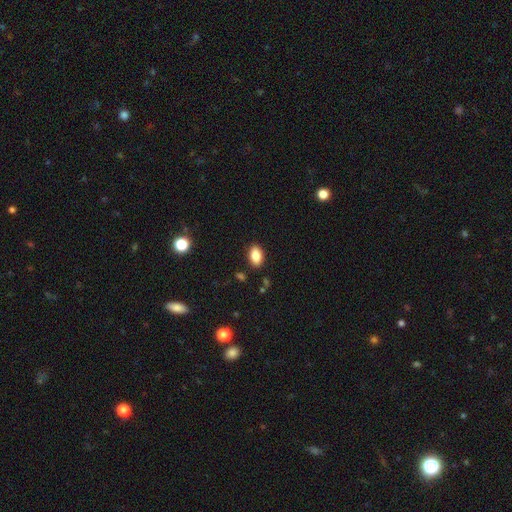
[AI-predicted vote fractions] Smooth or featured? smooth (86%)
How rounded? in between (90%)
Merging? none (87%)